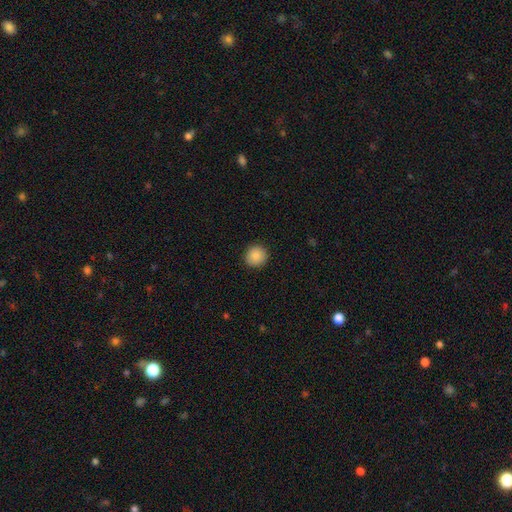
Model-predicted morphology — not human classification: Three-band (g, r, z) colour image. It shows a smooth galaxy with no disk features (87%) that is round (93%). Merging: none (92%).